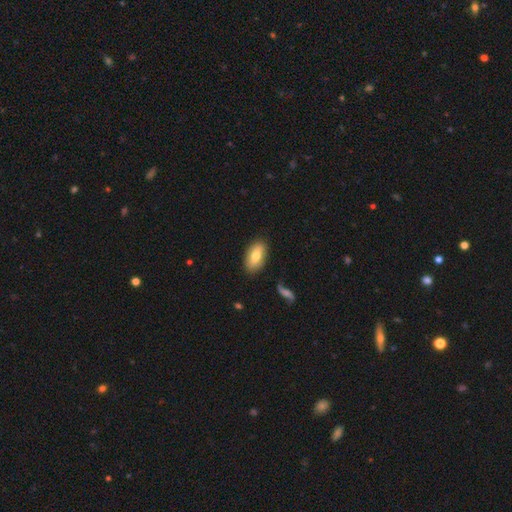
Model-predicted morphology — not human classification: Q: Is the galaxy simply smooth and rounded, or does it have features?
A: smooth — 71%.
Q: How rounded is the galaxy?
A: in between — 91%.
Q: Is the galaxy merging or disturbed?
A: none — 84%.